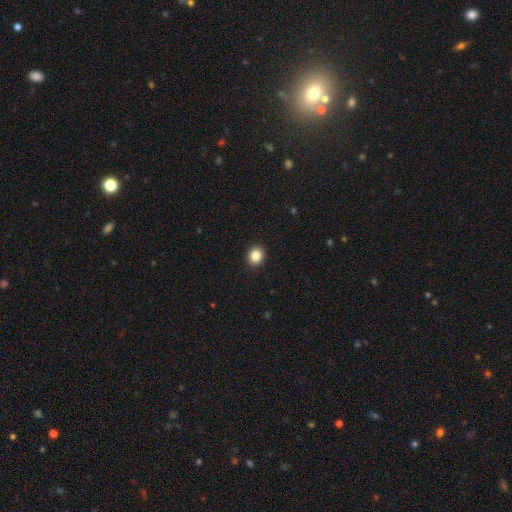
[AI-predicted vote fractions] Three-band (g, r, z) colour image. It shows a smooth galaxy with no disk features (86%) that is round (79%). Merging: none (92%).